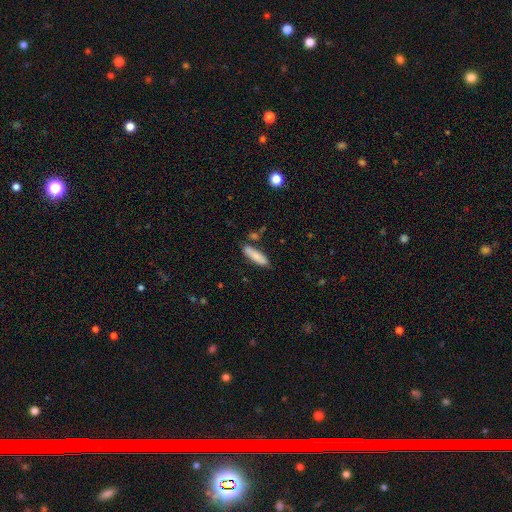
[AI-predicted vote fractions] Smooth or featured?
  - smooth: 85% *
  - featured or disk: 9%
  - star or artifact: 6%
How rounded?
  - cigar-shaped: 63% *
  - in between: 35%
  - round: 2%
Merging?
  - none: 80% *
  - minor disturbance: 12%
  - merger: 5%
  - major disturbance: 3%